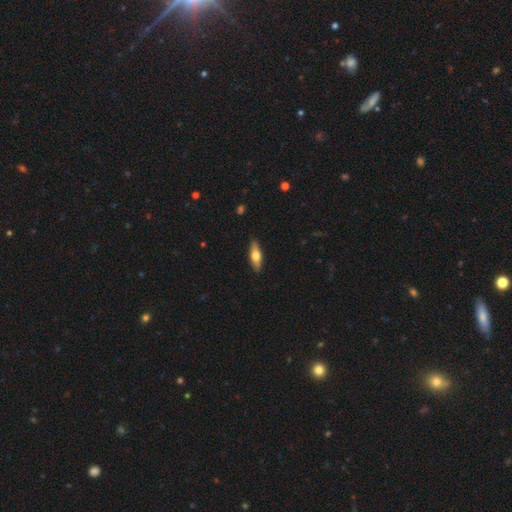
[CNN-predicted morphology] Smooth or featured? smooth (55%)
How rounded? in between (50%)
Merging? none (89%)